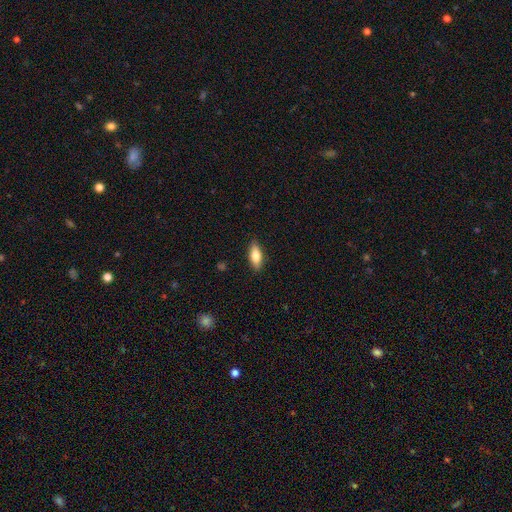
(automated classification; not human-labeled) This appears to be a smooth galaxy with no disk features (79%) that is in between round and cigar-shaped (78%). Merging: none (88%).